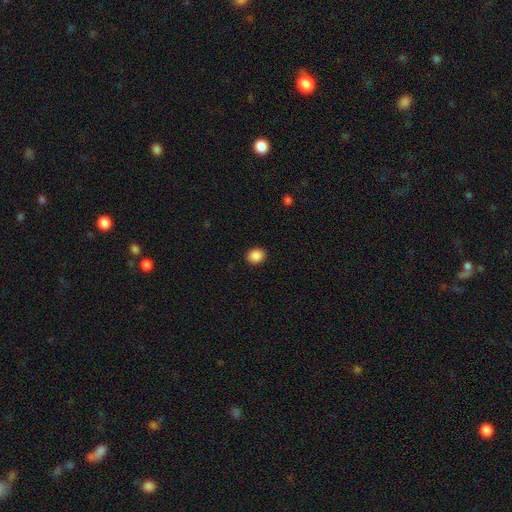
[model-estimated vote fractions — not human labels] Morphology: type=smooth (89%); roundness=round (64%); merging=none (91%).